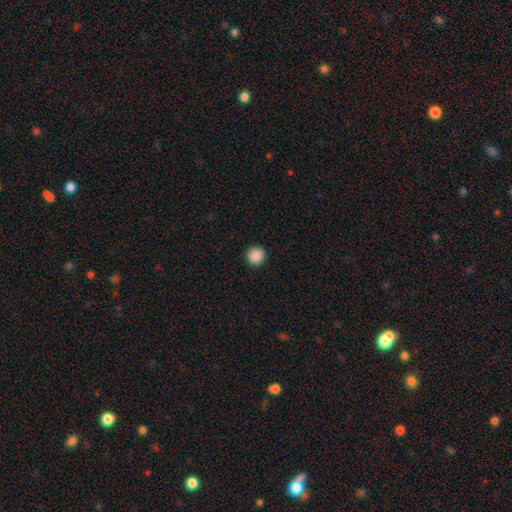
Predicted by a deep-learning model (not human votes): This appears to be a smooth galaxy with no disk features (89%) that is round (95%). Merging: none (92%).